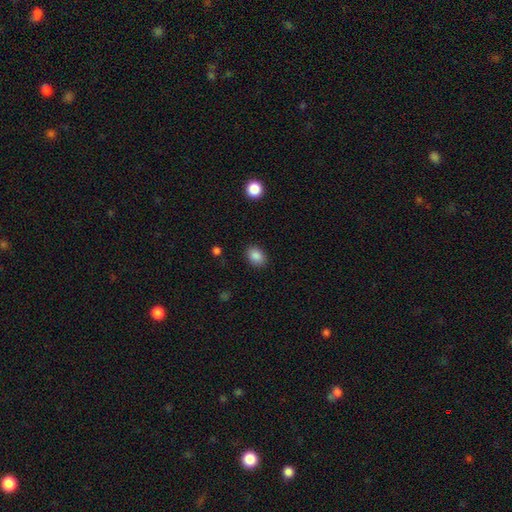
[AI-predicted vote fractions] Smooth or featured? smooth (87%)
How rounded? in between (72%)
Merging? none (88%)